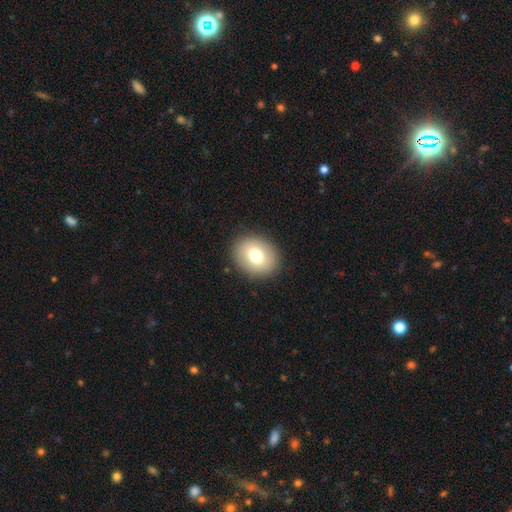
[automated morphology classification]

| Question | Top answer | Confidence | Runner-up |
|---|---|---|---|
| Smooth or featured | smooth | 74% | featured or disk (17%) |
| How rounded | round | 53% | in between (46%) |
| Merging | none | 89% | minor disturbance (8%) |